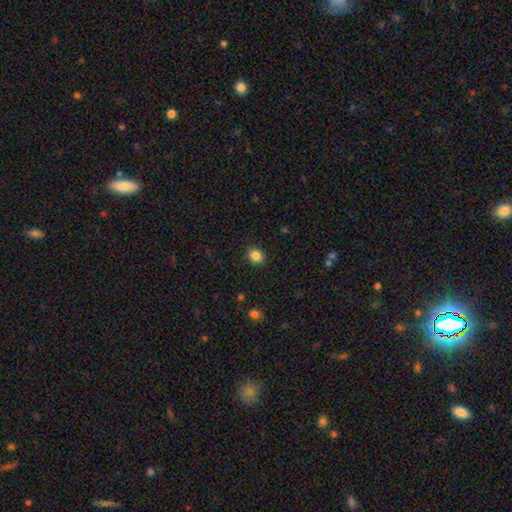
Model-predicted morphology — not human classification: smooth-or-featured: smooth: 86% | star or artifact: 10% | featured or disk: 4%
  how-rounded: round: 65% | in between: 34% | cigar-shaped: 1%
  merging: none: 89% | minor disturbance: 8% | major disturbance: 2% | merger: 1%